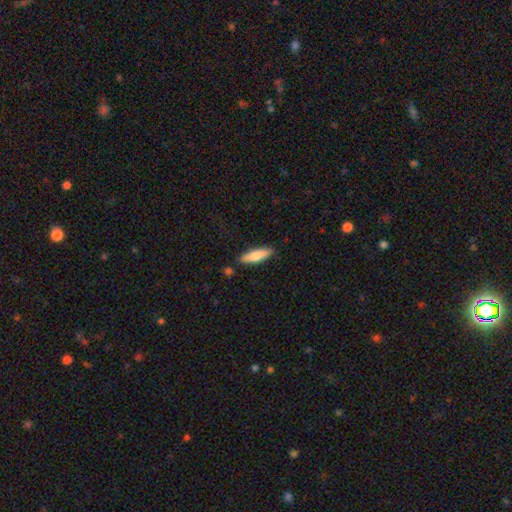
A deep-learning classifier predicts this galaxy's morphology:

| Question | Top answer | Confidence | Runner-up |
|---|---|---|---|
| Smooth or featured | smooth | 75% | featured or disk (19%) |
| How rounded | cigar-shaped | 61% | in between (38%) |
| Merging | none | 85% | minor disturbance (10%) |